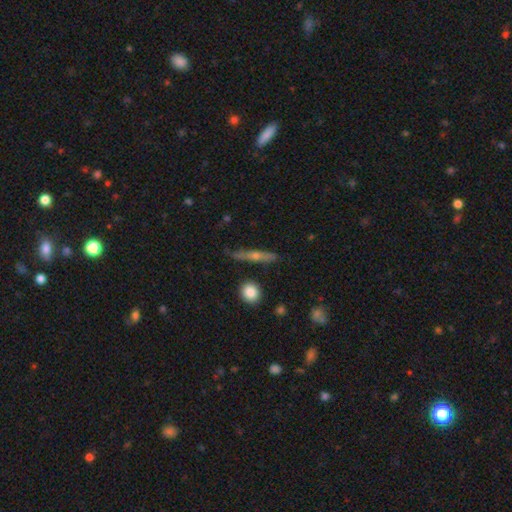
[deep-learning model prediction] Morphology: type=featured or disk (56%); edge-on=yes (92%); edge-on bulge=rounded (78%); merging=none (82%).